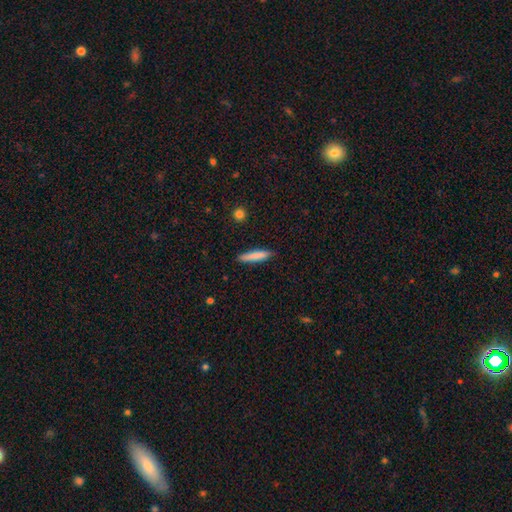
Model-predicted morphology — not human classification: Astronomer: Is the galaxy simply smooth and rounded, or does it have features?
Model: smooth — 82%.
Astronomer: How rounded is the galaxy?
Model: cigar-shaped — 87%.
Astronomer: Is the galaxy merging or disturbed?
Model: none — 88%.